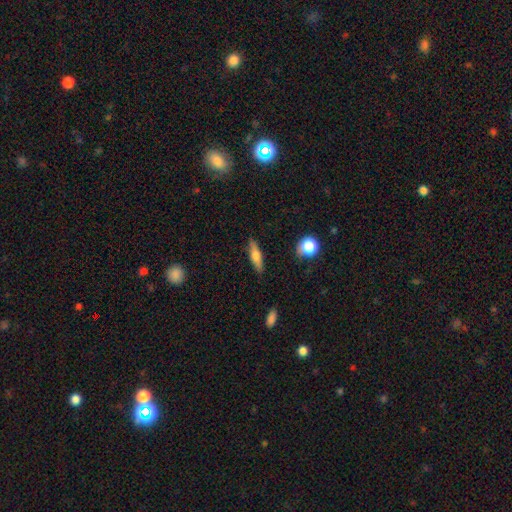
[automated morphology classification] type=smooth (56%); roundness=cigar-shaped (65%); merging=none (86%).